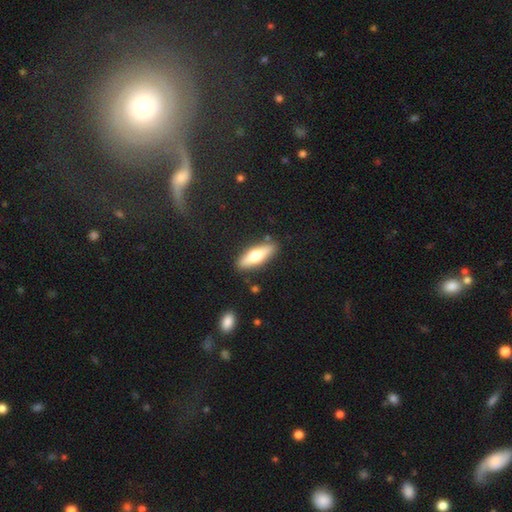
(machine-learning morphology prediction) Smooth or featured? smooth (58%)
How rounded? cigar-shaped (52%)
Merging? none (86%)